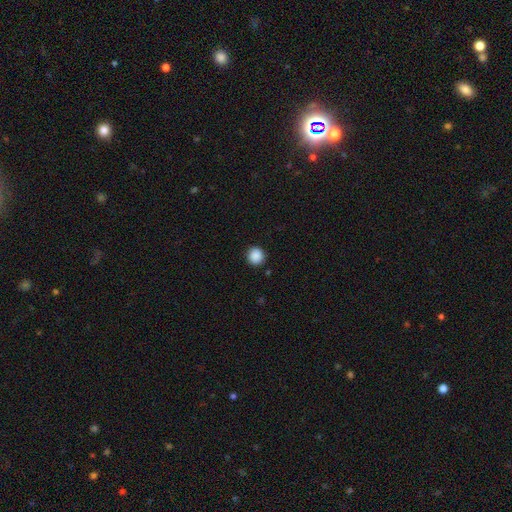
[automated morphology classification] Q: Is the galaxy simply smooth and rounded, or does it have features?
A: smooth — 88%.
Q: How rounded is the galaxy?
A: round — 94%.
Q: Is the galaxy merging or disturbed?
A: none — 91%.